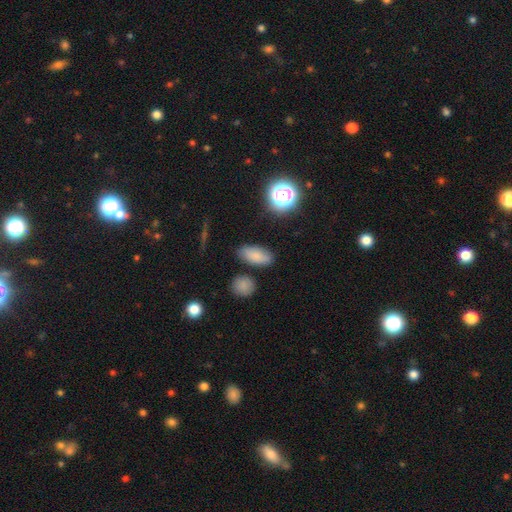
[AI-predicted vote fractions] Smooth or featured?
  - smooth: 80% *
  - star or artifact: 11%
  - featured or disk: 9%
How rounded?
  - in between: 86% *
  - cigar-shaped: 8%
  - round: 6%
Merging?
  - none: 80% *
  - minor disturbance: 13%
  - merger: 4%
  - major disturbance: 4%